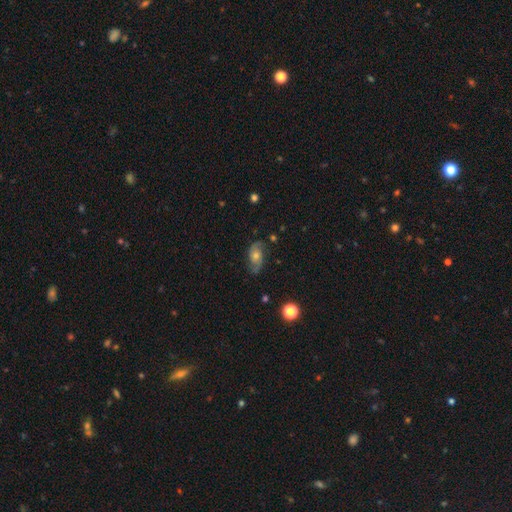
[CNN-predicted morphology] This is likely a featured or disk galaxy (66%). It is clearly not viewed edge-on (93%). Bar: likely no (73%). Spiral arm pattern: clearly yes (89%). Spiral arm count: clearly 2 (86%). Spiral winding: marginally medium (43%). Central bulge: likely moderate (60%). Merging: likely none (76%).